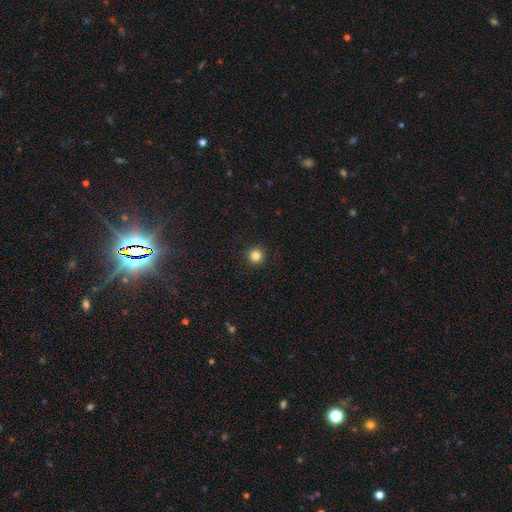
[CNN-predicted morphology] type=smooth (84%); roundness=round (96%); merging=none (93%).